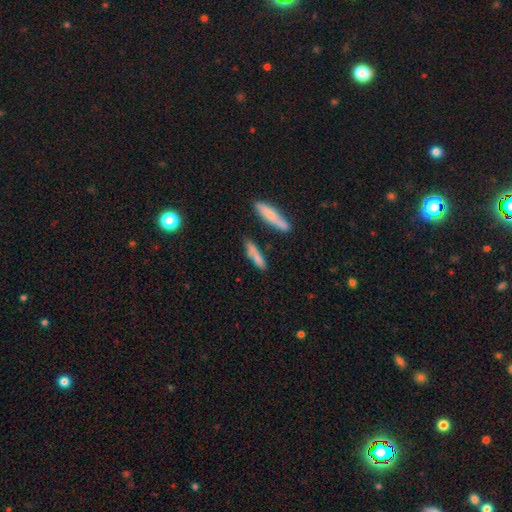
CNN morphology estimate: Q: Smooth or featured?
A: smooth (75%); runner-up: featured or disk (18%)
Q: How rounded?
A: cigar-shaped (77%); runner-up: in between (21%)
Q: Merging?
A: none (65%); runner-up: minor disturbance (20%)